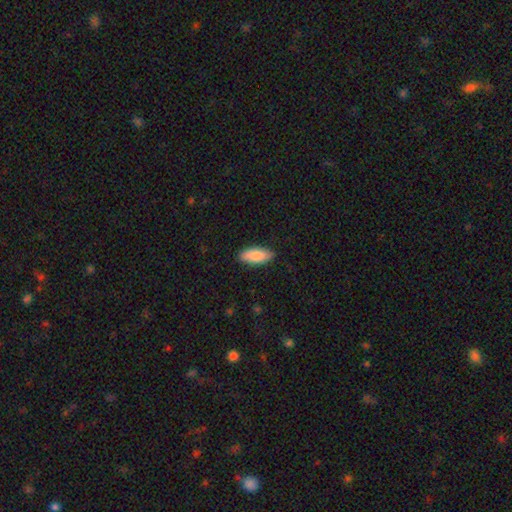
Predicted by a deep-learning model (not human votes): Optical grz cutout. It shows a smooth galaxy with no disk features (87%) that is in between round and cigar-shaped (83%). Merging: none (85%).